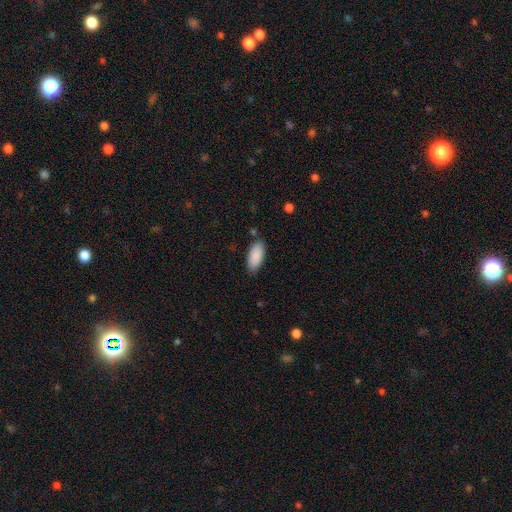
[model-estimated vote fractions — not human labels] This appears to be a smooth galaxy with no disk features (90%) that is in between round and cigar-shaped (89%). Merging: none (84%).